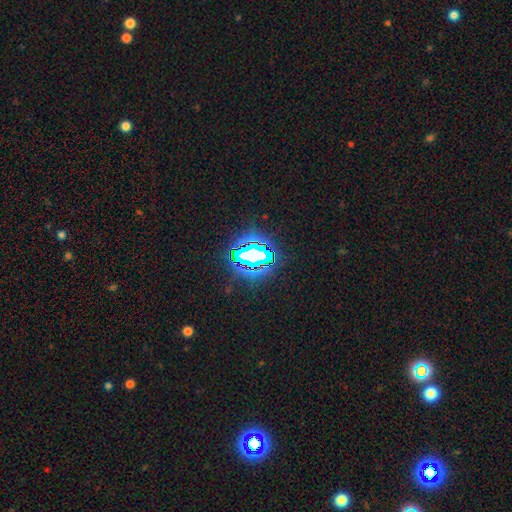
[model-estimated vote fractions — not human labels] The model was most divided on "smooth or featured": star or artifact: 71%, smooth: 16%, featured or disk: 13%.